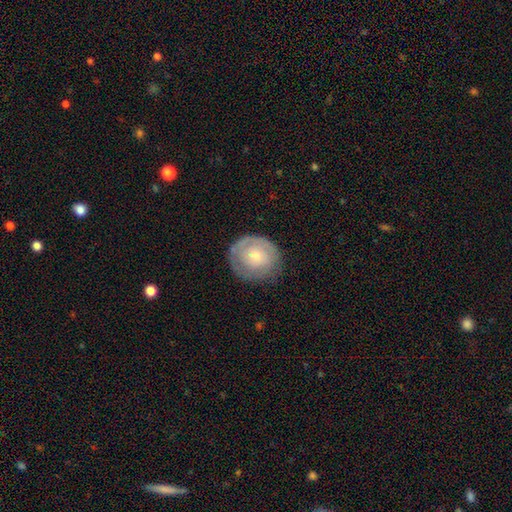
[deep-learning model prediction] A featured or disk galaxy (47%, tied with smooth). Merging: none (75%).